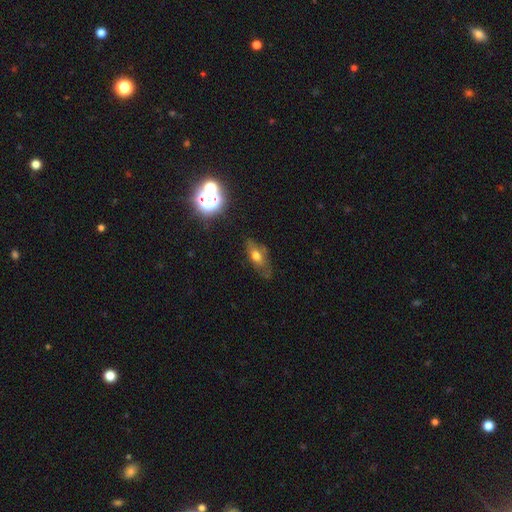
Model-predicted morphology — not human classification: Smooth or featured?
  - smooth: 55% *
  - featured or disk: 30%
  - star or artifact: 15%
How rounded?
  - in between: 74% *
  - cigar-shaped: 17%
  - round: 9%
Merging?
  - none: 60% *
  - minor disturbance: 27%
  - major disturbance: 10%
  - merger: 3%